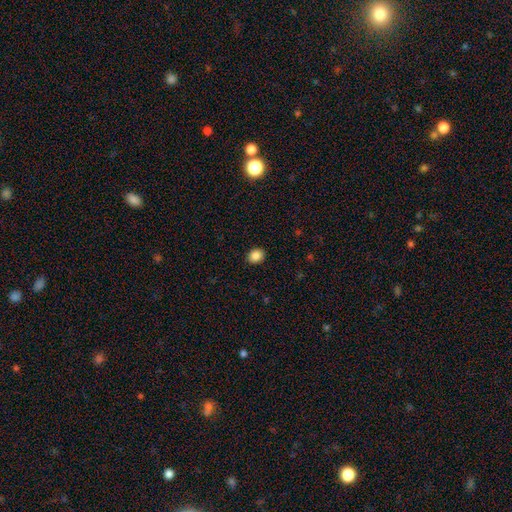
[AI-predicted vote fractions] The model was most divided on "how rounded": round: 51%, in between: 48%, cigar-shaped: 1%. More confident: merging — none (90%); smooth or featured — smooth (86%).